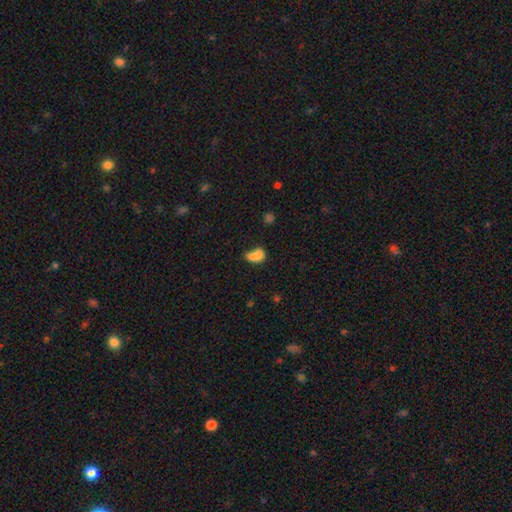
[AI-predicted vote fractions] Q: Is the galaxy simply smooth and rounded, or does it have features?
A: smooth — 78%.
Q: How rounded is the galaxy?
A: in between — 82%.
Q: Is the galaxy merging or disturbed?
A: merger — 36%.